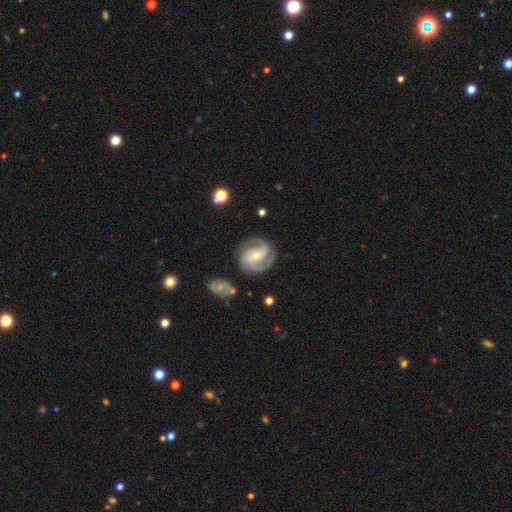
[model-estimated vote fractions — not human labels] This appears to be a featured or disk galaxy (91%) with no bar (44%), 3 (56%) tight (50%) spiral arms (98%) and a small central bulge (55%). Merging: none (78%).